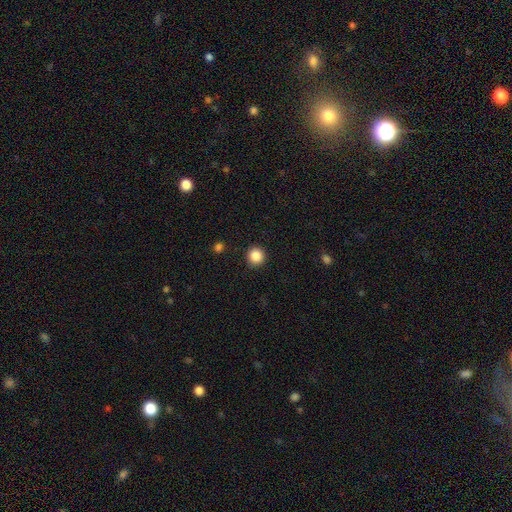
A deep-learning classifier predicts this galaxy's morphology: smooth 86%, star or artifact 10%, featured or disk 4%. Down the decision tree: how rounded — round (94%); merging — none (92%).